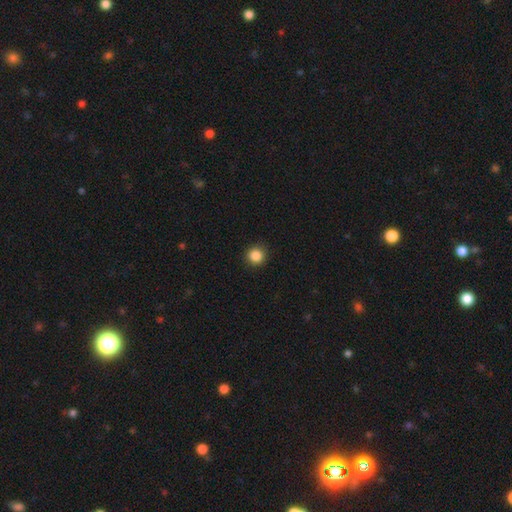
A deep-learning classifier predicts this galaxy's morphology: This is clearly a smooth galaxy (87%). How rounded: clearly round (93%). Merging: clearly none (91%).